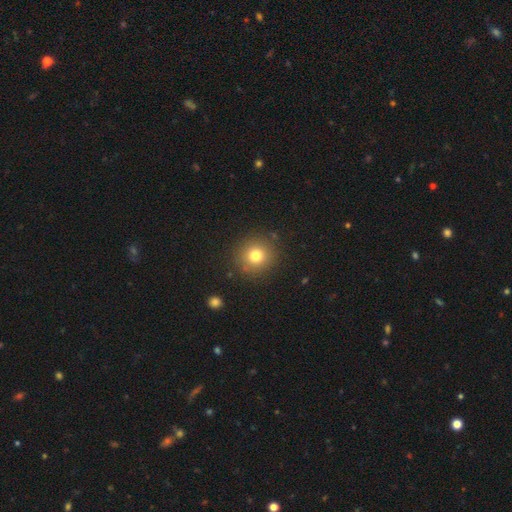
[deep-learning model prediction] Overall: smooth (77%). How rounded: round (91%). Merging: none (88%).